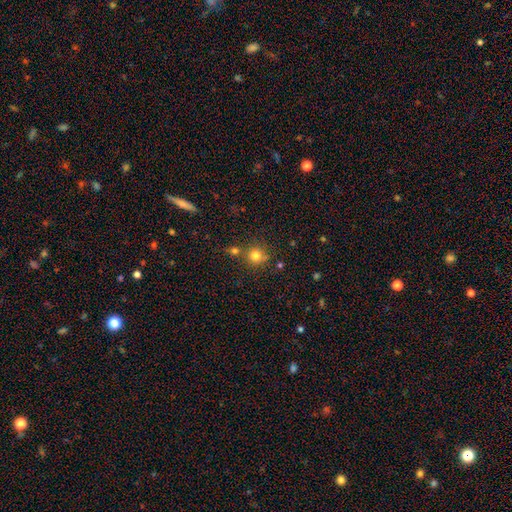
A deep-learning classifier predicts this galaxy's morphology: smooth 79%, star or artifact 14%, featured or disk 7%. Down the decision tree: how rounded — round (92%); merging — none (69%).